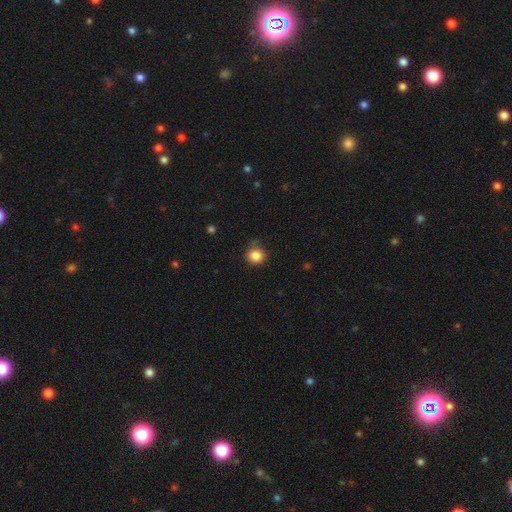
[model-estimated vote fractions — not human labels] smooth_or_featured: smooth (p=0.85) [alt: star or artifact p=0.11]
how_rounded: round (p=0.86) [alt: in between p=0.14]
merging: none (p=0.80) [alt: minor disturbance p=0.14]